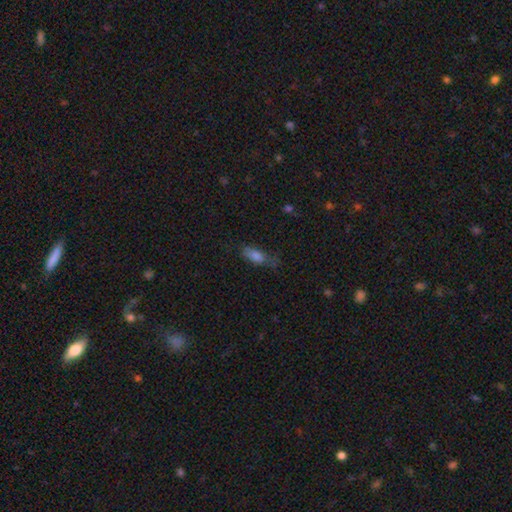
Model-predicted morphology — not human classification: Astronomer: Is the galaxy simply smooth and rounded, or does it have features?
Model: smooth — 73%.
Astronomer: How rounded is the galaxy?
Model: in between — 66%.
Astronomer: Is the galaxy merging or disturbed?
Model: none — 56%.